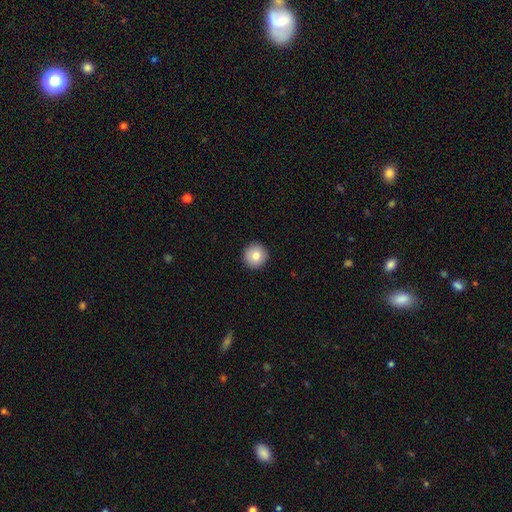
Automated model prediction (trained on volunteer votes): Smooth or featured? smooth (81%)
How rounded? round (96%)
Merging? none (93%)